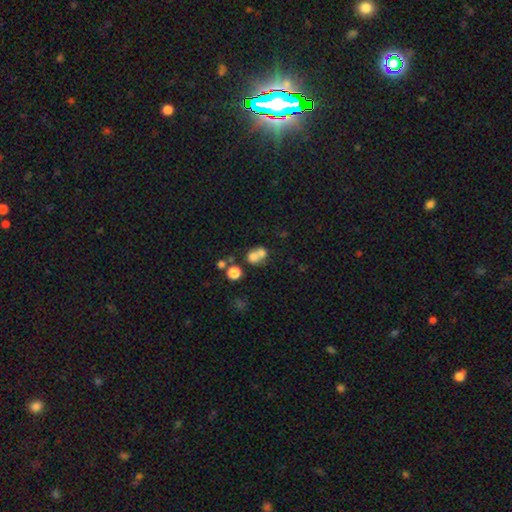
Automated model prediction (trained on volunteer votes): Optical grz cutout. It shows a smooth galaxy with no disk features (70%) that is round (69%). Merging: merger (60%).